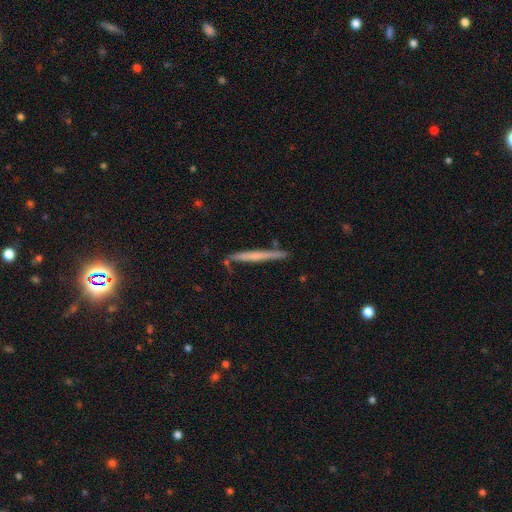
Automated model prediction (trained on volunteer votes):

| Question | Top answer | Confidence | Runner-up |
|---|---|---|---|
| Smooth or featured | featured or disk | 49% | smooth (45%) |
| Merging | none | 83% | minor disturbance (12%) |